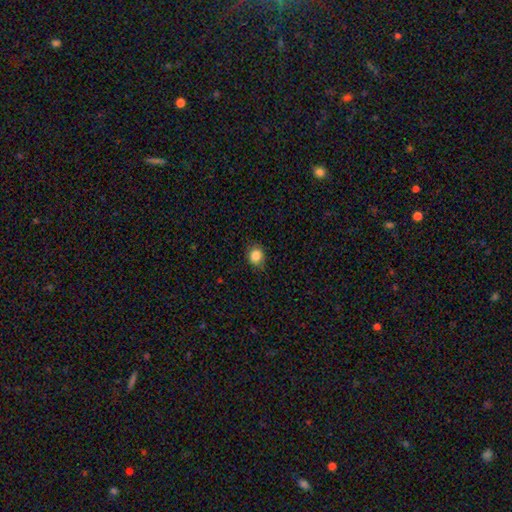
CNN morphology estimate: Smooth or featured?
  - smooth: 86% *
  - star or artifact: 10%
  - featured or disk: 4%
How rounded?
  - round: 69% *
  - in between: 30%
  - cigar-shaped: 1%
Merging?
  - none: 80% *
  - minor disturbance: 16%
  - major disturbance: 3%
  - merger: 1%